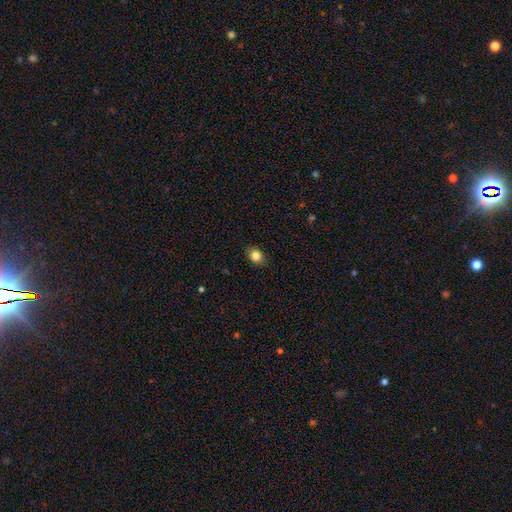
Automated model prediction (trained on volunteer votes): Smooth or featured? smooth (83%)
How rounded? in between (64%)
Merging? none (86%)